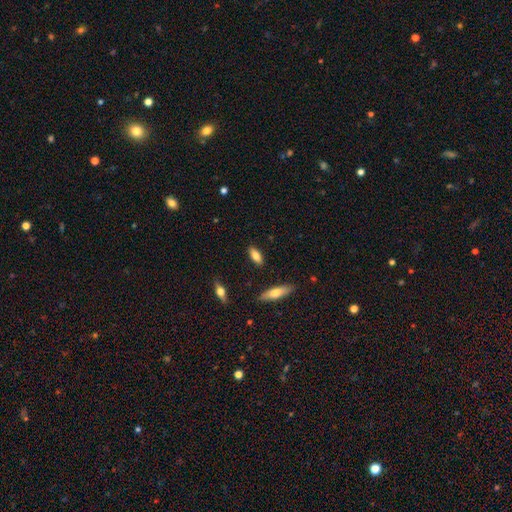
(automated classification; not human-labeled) Smooth or featured? smooth (76%)
How rounded? in between (73%)
Merging? none (86%)